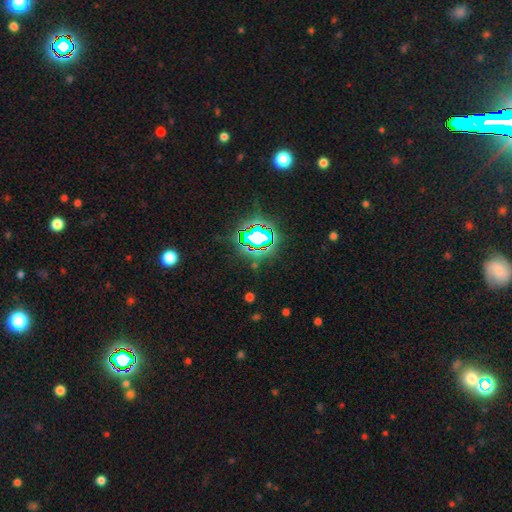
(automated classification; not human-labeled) Overall: star or artifact (81%).